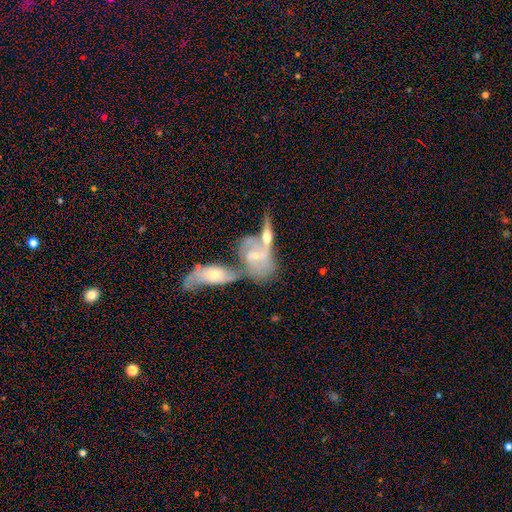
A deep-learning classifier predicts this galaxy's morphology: A featured or disk galaxy (69%) with no bar (61%), spiral arms (73%) and a small central bulge (64%). Merging: merger (63%).